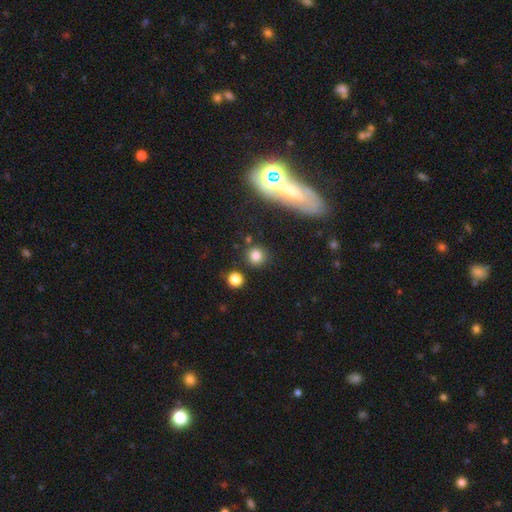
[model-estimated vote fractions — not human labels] The model was most divided on "smooth or featured": smooth: 79%, star or artifact: 15%, featured or disk: 6%. More confident: how rounded — round (90%); merging — none (84%).